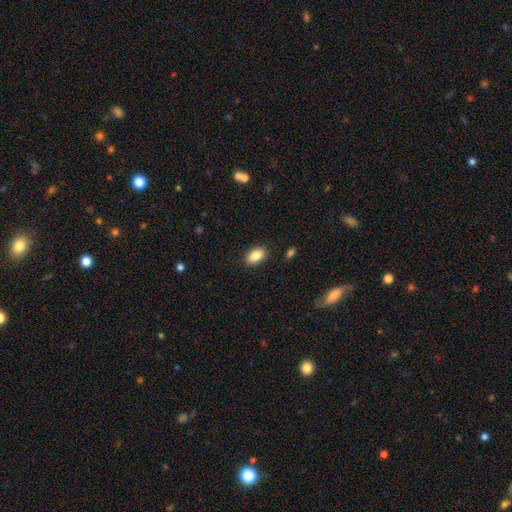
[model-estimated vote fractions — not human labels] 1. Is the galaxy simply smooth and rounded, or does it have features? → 86% smooth, 8% star or artifact, 7% featured or disk.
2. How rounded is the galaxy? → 90% in between, 8% round, 2% cigar-shaped.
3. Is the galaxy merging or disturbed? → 88% none, 8% minor disturbance, 2% major disturbance, 1% merger.